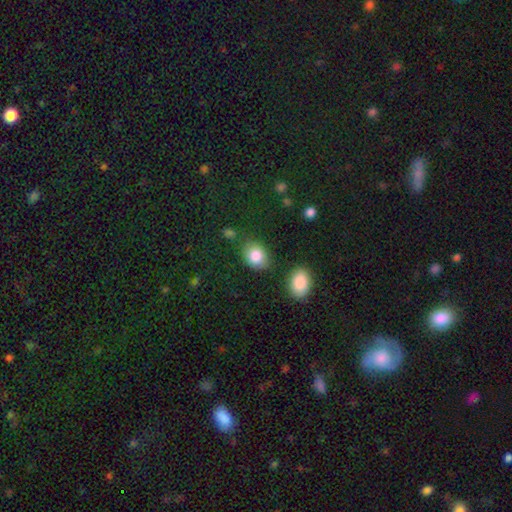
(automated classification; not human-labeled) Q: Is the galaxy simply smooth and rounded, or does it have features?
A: smooth — 84%.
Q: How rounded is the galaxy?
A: in between — 65%.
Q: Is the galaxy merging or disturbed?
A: none — 76%.